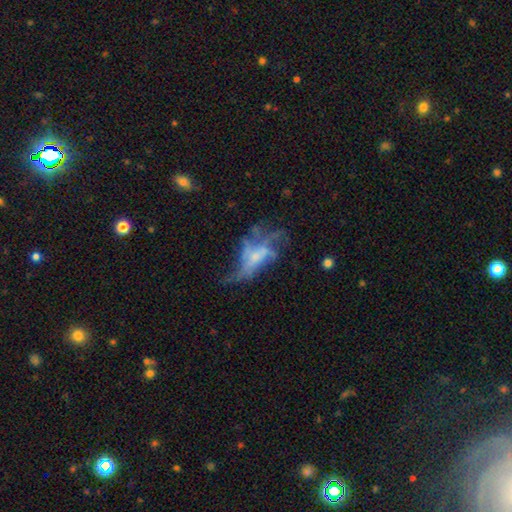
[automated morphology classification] This appears to be a featured or disk galaxy (64%) with no bar (75%), no spiral arms (58%) and a small central bulge (38%). Merging: major disturbance (43%).